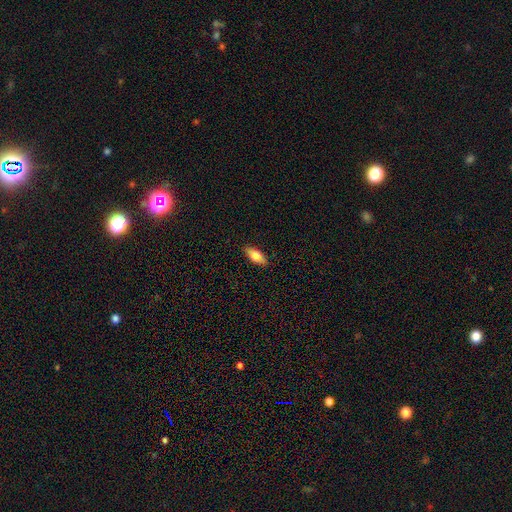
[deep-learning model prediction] Smooth or featured? Predicted: smooth (p=0.75). How rounded? Predicted: in between (p=0.82). Merging? Predicted: none (p=0.89).